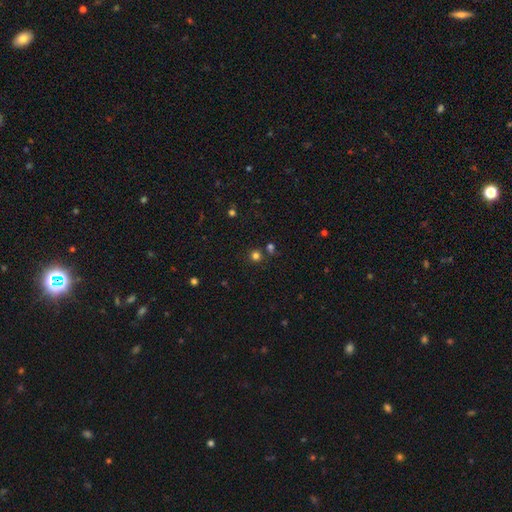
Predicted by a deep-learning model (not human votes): Smooth or featured? smooth (74%)
How rounded? round (93%)
Merging? none (80%)